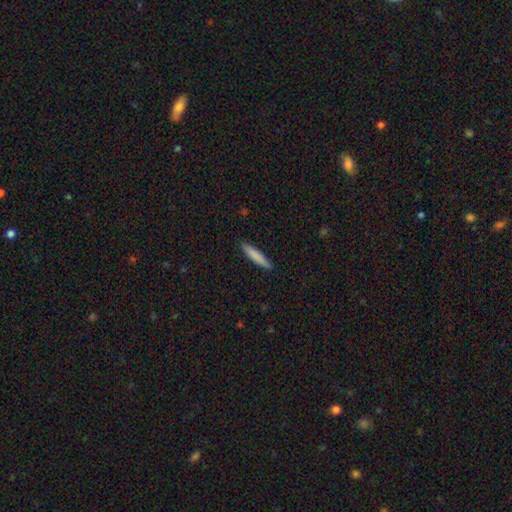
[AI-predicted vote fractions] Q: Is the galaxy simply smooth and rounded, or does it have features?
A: smooth — 82%.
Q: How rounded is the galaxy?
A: cigar-shaped — 90%.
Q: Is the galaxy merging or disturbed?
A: none — 90%.